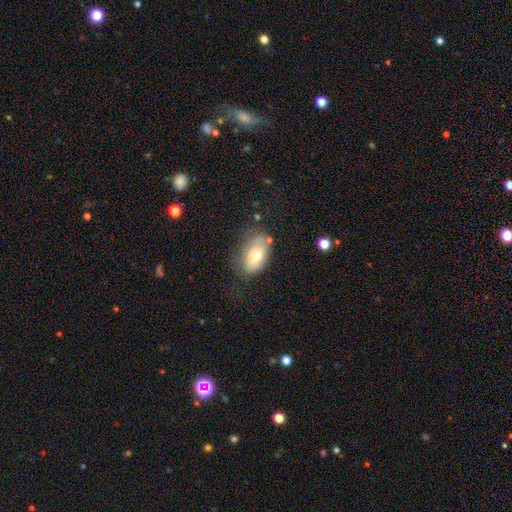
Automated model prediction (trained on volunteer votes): A smooth galaxy with no disk features (72%) that is in between round and cigar-shaped (90%).

Vote fractions:
- Smooth or featured? smooth: 72% / featured or disk: 20% / star or artifact: 8%
- How rounded? in between: 90% / round: 8% / cigar-shaped: 2%
- Merging? none: 60% / minor disturbance: 26% / major disturbance: 9% / merger: 4%